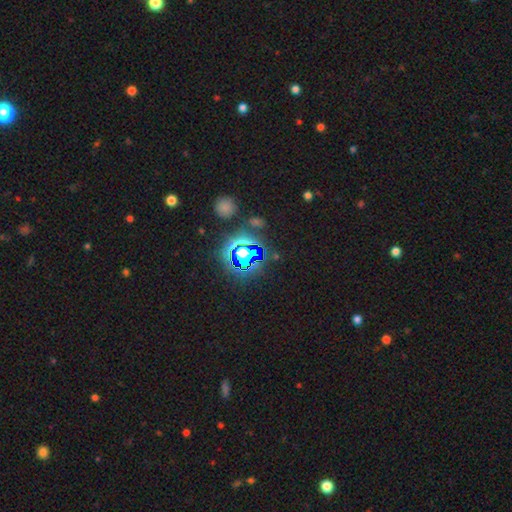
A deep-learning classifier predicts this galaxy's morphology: Smooth or featured: star or artifact — 75% (smooth — 16%)